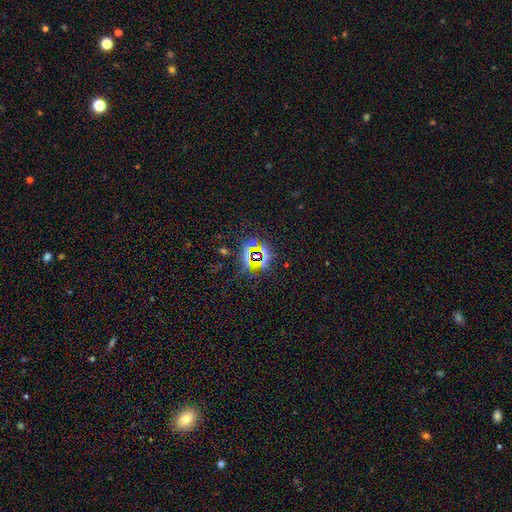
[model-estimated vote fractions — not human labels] star or artifact 78%, smooth 14%, featured or disk 8%.